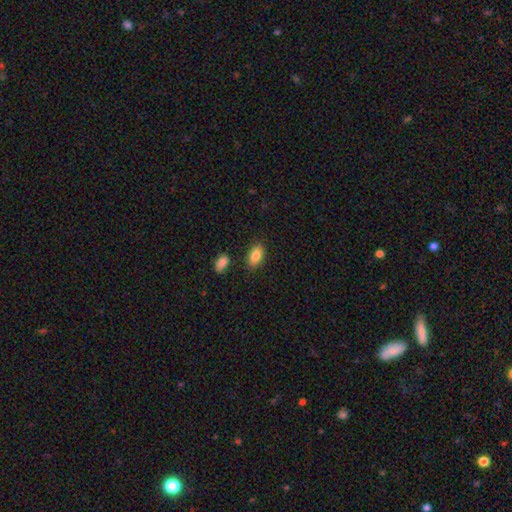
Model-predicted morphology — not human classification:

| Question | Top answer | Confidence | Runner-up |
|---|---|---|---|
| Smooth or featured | smooth | 85% | star or artifact (7%) |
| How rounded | in between | 90% | round (5%) |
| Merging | none | 83% | minor disturbance (11%) |